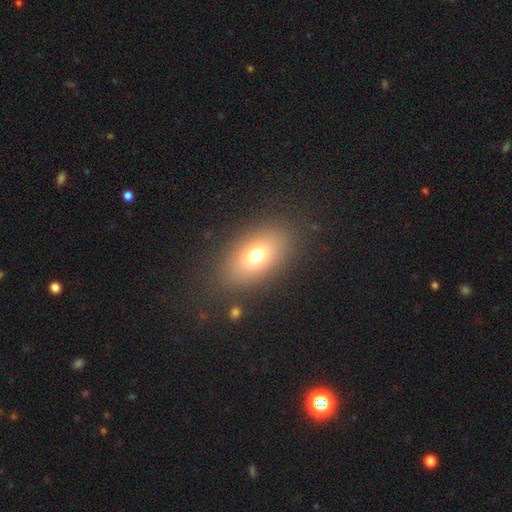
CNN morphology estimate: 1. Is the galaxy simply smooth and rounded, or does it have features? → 71% smooth, 16% featured or disk, 12% star or artifact.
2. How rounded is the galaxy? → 84% in between, 12% round, 3% cigar-shaped.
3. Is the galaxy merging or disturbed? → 84% none, 9% minor disturbance, 5% major disturbance, 2% merger.